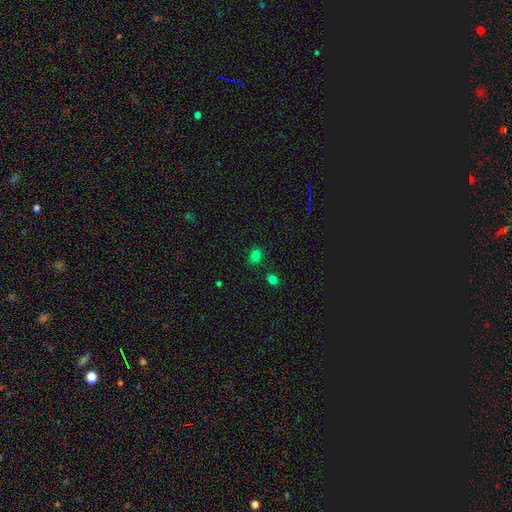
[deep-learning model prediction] smooth 79%, star or artifact 17%, featured or disk 5%. Down the decision tree: how rounded — in between (52%); merging — none (81%).